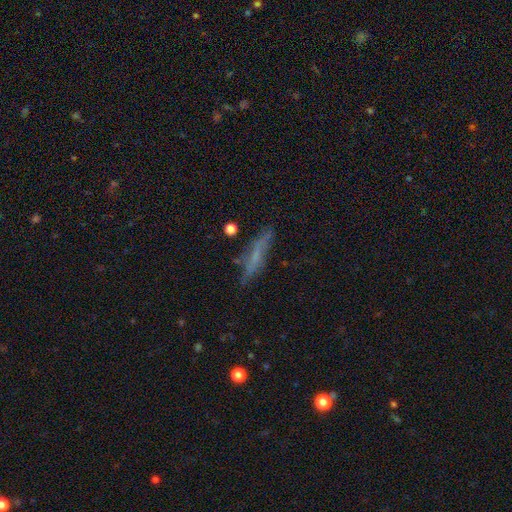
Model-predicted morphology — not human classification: This appears to be a smooth galaxy with no disk features (45%). Merging: none (69%).